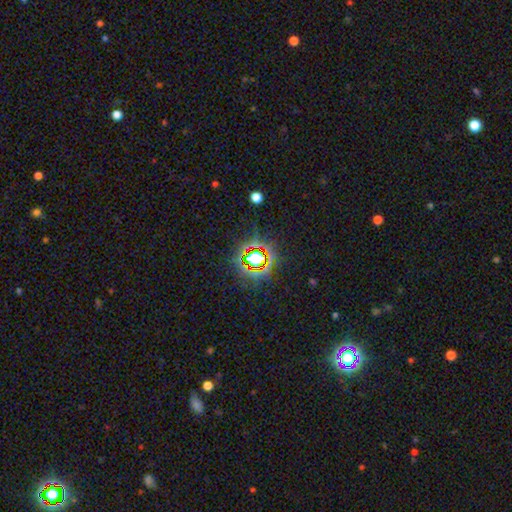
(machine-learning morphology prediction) smooth-or-featured: star or artifact: 73% | smooth: 17% | featured or disk: 10%